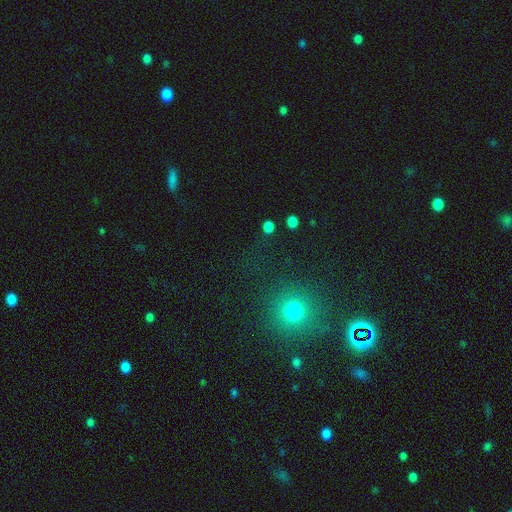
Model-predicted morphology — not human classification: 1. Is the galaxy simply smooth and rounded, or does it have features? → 48% star or artifact, 44% smooth, 8% featured or disk.